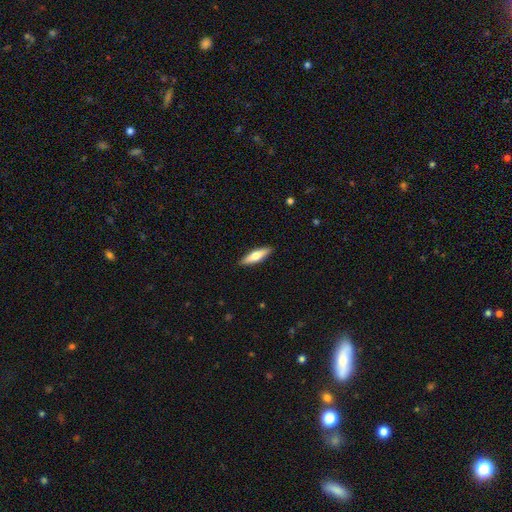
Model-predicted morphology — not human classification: smooth-or-featured: smooth: 60% | featured or disk: 34% | star or artifact: 5%
  how-rounded: cigar-shaped: 65% | in between: 33% | round: 2%
  merging: none: 90% | minor disturbance: 7% | major disturbance: 2% | merger: 1%